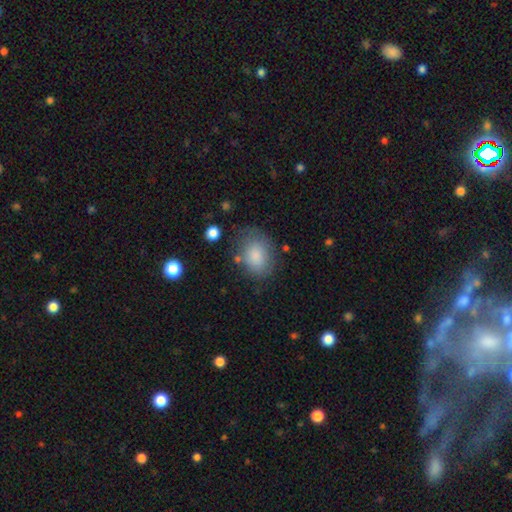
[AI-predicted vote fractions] This appears to be a smooth galaxy with no disk features (83%) that is in between round and cigar-shaped (68%). Merging: none (64%).